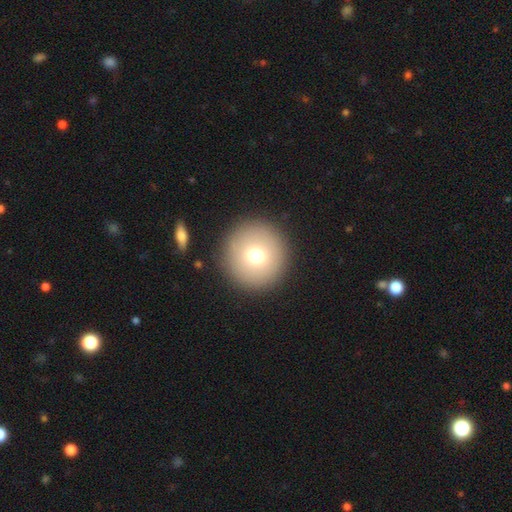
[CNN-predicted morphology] Smooth or featured? Predicted: smooth (p=0.72). How rounded? Predicted: round (p=0.96). Merging? Predicted: none (p=0.90).